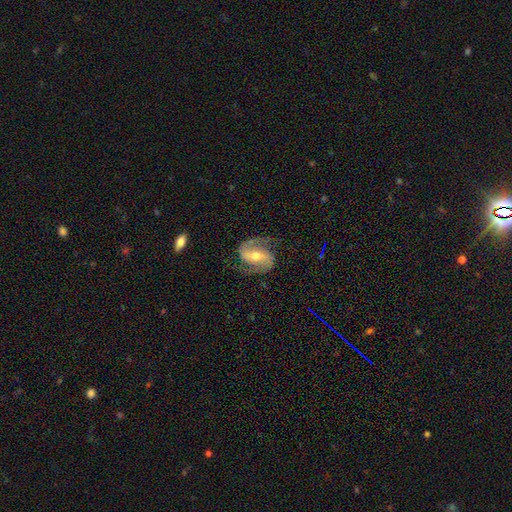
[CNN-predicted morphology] This appears to be a featured or disk galaxy (89%) with a strong bar (39%), 2 (93%) medium (54%) spiral arms (97%) and a moderate central bulge (59%). Merging: none (78%).